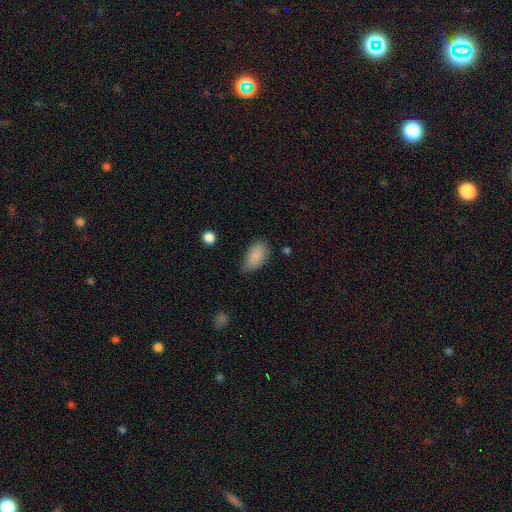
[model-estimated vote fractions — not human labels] Smooth or featured: smooth — 87% (star or artifact — 7%)
How rounded: in between — 93% (round — 4%)
Merging: none — 62% (minor disturbance — 30%)